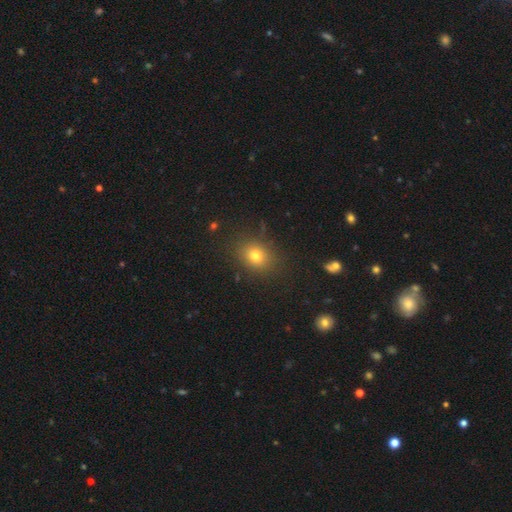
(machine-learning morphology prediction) Smooth or featured? Predicted: smooth (p=0.76). How rounded? Predicted: round (p=0.55). Merging? Predicted: none (p=0.84).